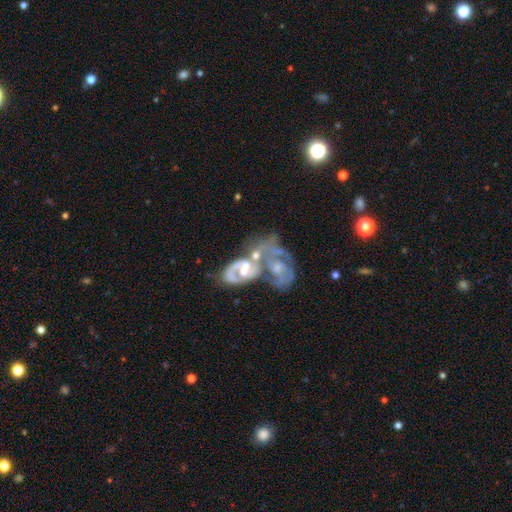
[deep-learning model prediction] Smooth or featured? Predicted: featured or disk (p=0.73). Edge-on disk? Predicted: no (p=0.96). Bar? Predicted: no (p=0.68). Spiral arms? Predicted: yes (p=0.62). Bulge size? Predicted: moderate (p=0.44). Merging? Predicted: merger (p=0.68).